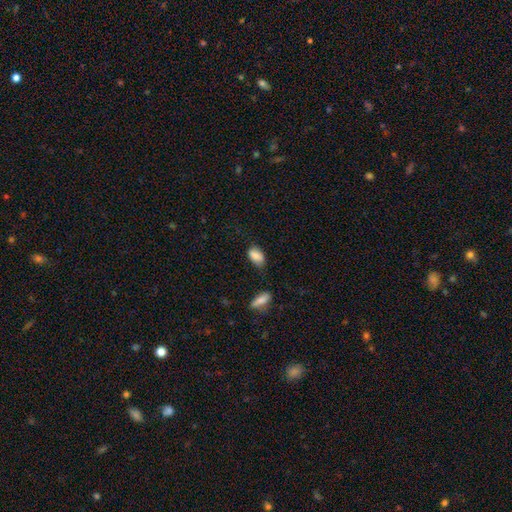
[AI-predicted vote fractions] Smooth or featured? Predicted: smooth (p=0.84). How rounded? Predicted: in between (p=0.90). Merging? Predicted: none (p=0.61).